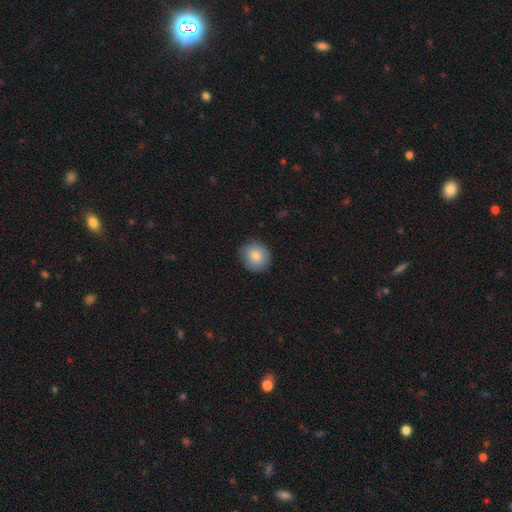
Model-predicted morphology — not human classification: type=smooth (83%); roundness=round (86%); merging=none (84%).